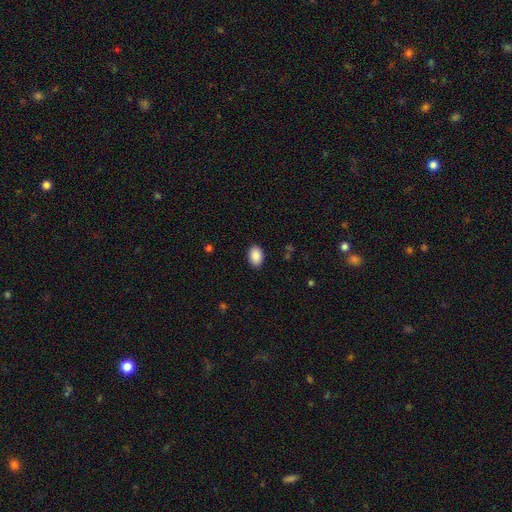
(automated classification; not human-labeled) smooth_or_featured: smooth (p=0.90) [alt: star or artifact p=0.07]
how_rounded: in between (p=0.86) [alt: round p=0.13]
merging: none (p=0.89) [alt: minor disturbance p=0.08]